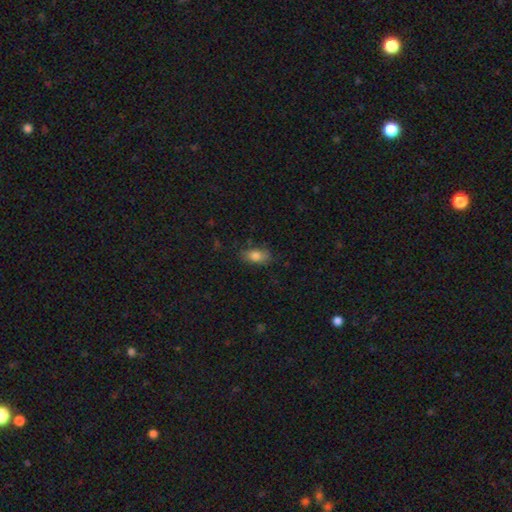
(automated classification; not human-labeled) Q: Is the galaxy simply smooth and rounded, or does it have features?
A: smooth — 82%.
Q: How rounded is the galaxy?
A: in between — 86%.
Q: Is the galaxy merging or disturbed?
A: none — 76%.